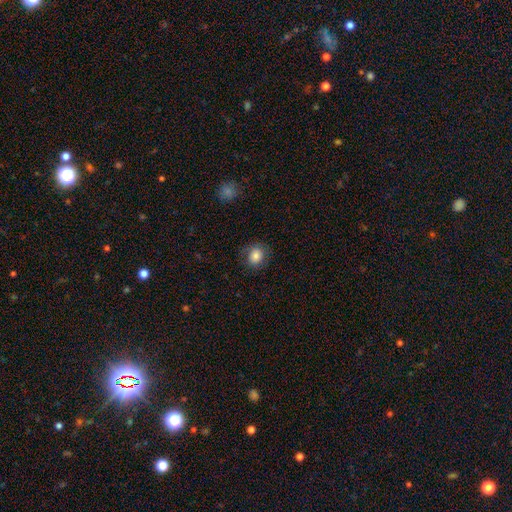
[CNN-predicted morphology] Smooth or featured?
  - smooth: 82% *
  - star or artifact: 9%
  - featured or disk: 9%
How rounded?
  - round: 70% *
  - in between: 29%
  - cigar-shaped: 1%
Merging?
  - none: 81% *
  - minor disturbance: 13%
  - major disturbance: 5%
  - merger: 1%